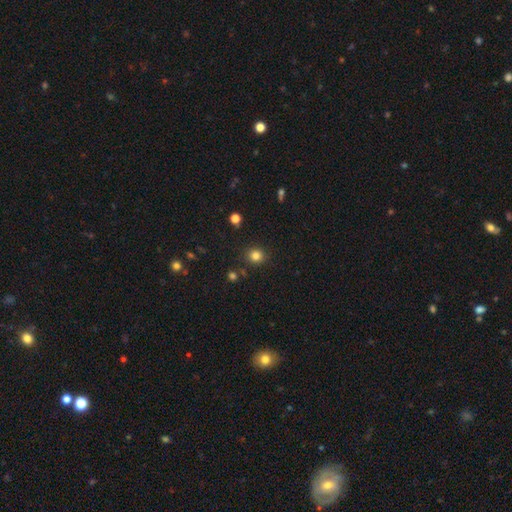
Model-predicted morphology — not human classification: A smooth galaxy with no disk features (81%) that is round (84%).

Vote fractions:
- Smooth or featured? smooth: 81% / star or artifact: 14% / featured or disk: 5%
- How rounded? round: 84% / in between: 16% / cigar-shaped: 1%
- Merging? none: 86% / minor disturbance: 8% / merger: 3% / major disturbance: 3%